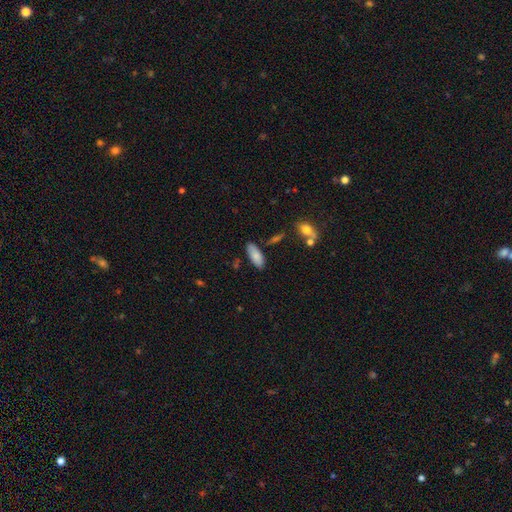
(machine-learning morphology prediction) Q: Smooth or featured?
A: smooth (84%); runner-up: featured or disk (10%)
Q: How rounded?
A: in between (82%); runner-up: cigar-shaped (16%)
Q: Merging?
A: none (81%); runner-up: minor disturbance (13%)